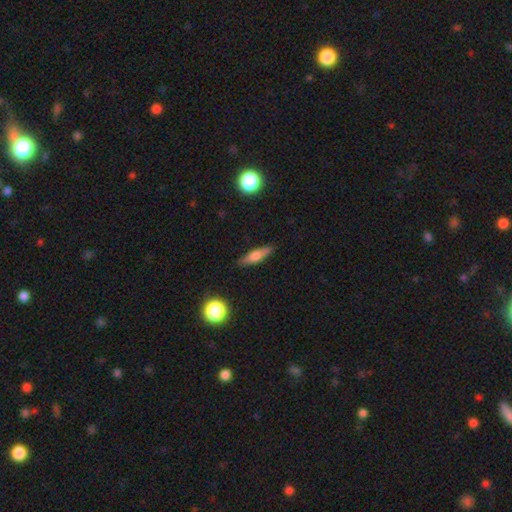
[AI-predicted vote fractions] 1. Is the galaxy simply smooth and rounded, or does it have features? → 56% smooth, 36% featured or disk, 8% star or artifact.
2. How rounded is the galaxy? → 70% cigar-shaped, 27% in between, 3% round.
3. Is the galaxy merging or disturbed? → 87% none, 10% minor disturbance, 2% major disturbance, 1% merger.